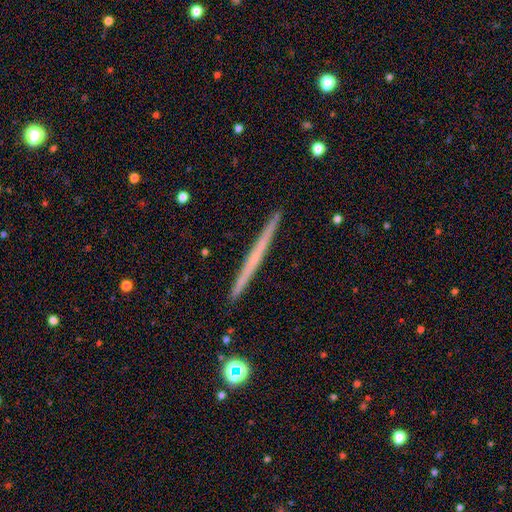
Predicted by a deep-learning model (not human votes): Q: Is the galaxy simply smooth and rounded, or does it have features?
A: featured or disk — 56%.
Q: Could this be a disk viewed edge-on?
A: yes — 98%.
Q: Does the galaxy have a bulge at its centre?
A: none — 87%.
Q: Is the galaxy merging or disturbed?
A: none — 93%.